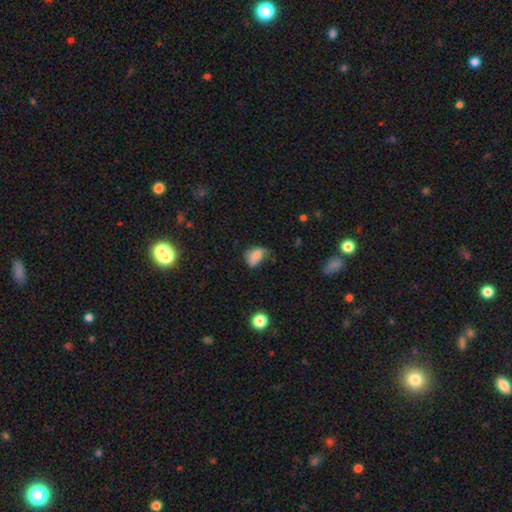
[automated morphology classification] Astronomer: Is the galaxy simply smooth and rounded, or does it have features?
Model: smooth — 79%.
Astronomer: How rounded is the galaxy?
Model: in between — 82%.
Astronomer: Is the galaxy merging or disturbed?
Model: minor disturbance — 41% (runner-up: none, 37%).